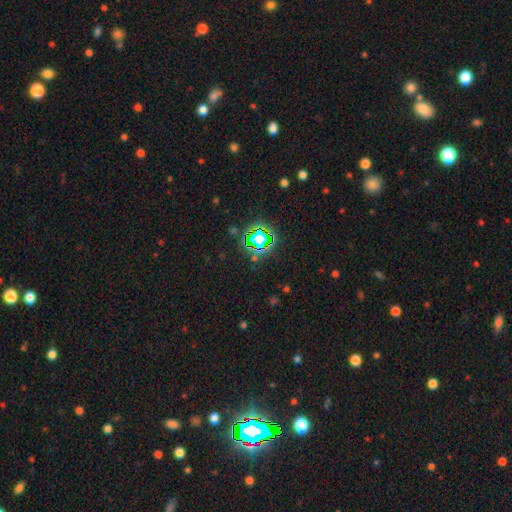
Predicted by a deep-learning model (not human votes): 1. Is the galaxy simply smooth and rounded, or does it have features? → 78% star or artifact, 14% smooth, 8% featured or disk.